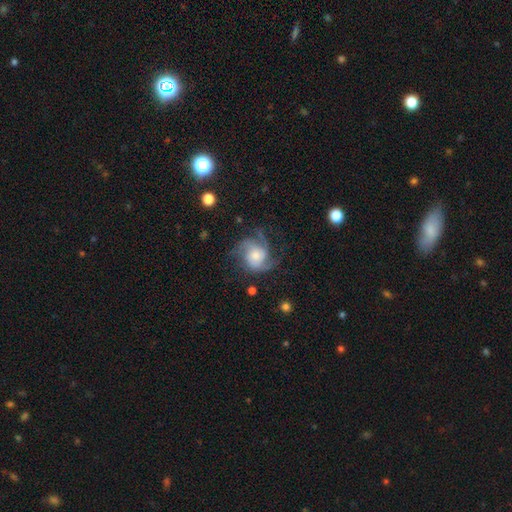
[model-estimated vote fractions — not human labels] Smooth or featured: featured or disk — 78% (smooth — 15%)
Edge-on disk: no — 98% (yes — 2%)
Bar: no — 72% (weak — 24%)
Spiral arms: yes — 94% (no — 6%)
Spiral winding: medium — 50% (tight — 26%)
Spiral arm count: 3 — 42% (2 — 27%)
Bulge size: moderate — 46% (small — 34%)
Merging: none — 61% (minor disturbance — 20%)